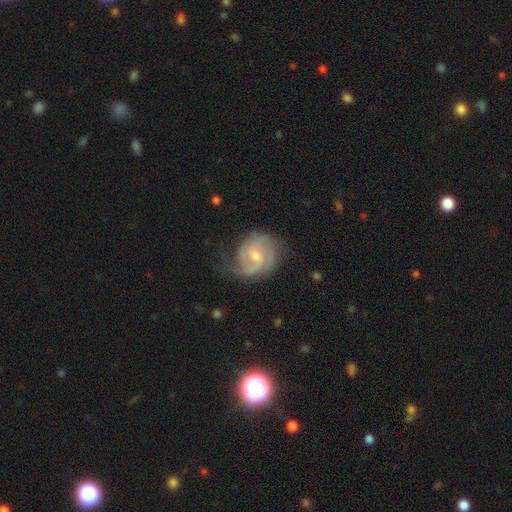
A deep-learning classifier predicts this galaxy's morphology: Smooth or featured? featured or disk (86%)
Edge-on disk? no (98%)
Bar? weak (49%)
Spiral arms? yes (96%)
Spiral winding? medium (45%)
Spiral arm count? 2 (47%)
Bulge size? small (51%)
Merging? none (59%)